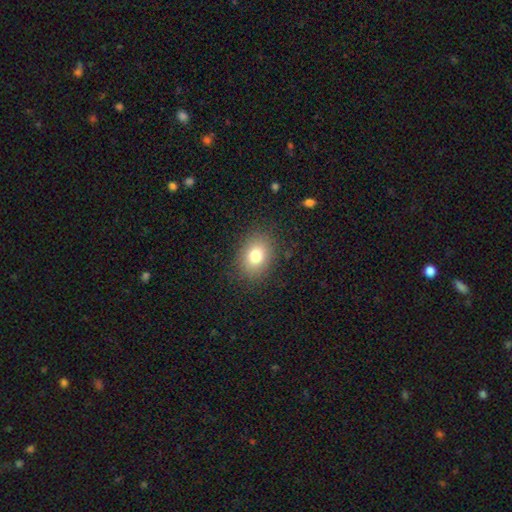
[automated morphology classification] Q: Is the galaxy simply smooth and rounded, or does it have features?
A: smooth — 78%.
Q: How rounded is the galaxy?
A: in between — 60%.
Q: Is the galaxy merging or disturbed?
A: none — 86%.